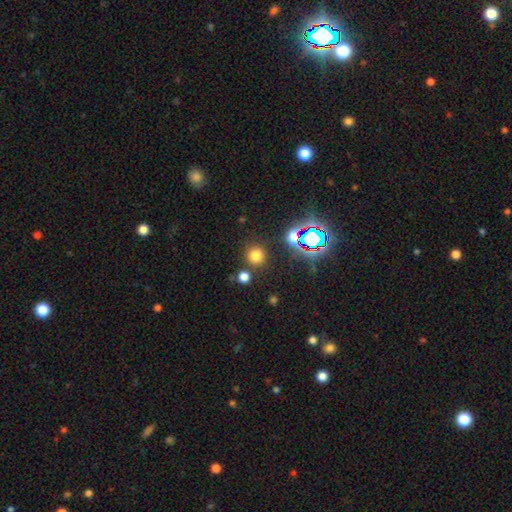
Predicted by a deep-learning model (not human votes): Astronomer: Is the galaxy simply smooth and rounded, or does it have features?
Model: smooth — 71%.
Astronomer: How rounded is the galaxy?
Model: round — 93%.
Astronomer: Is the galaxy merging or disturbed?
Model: none — 82%.